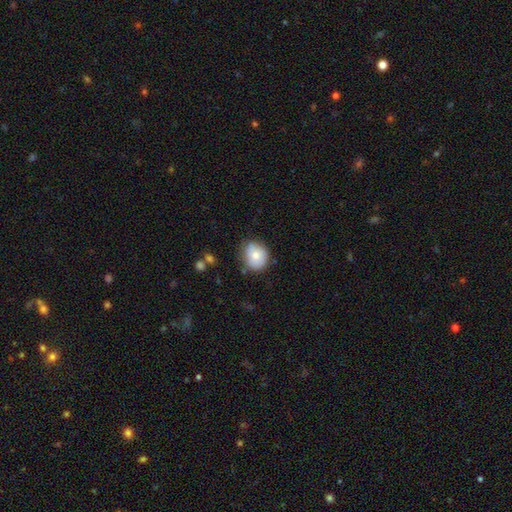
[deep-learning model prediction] A smooth galaxy with no disk features (75%) that is round (67%). Merging: none (68%).